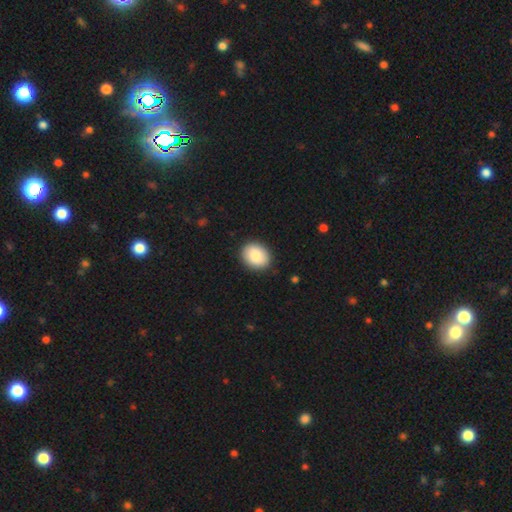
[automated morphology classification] Smooth or featured? Predicted: smooth (p=0.85). How rounded? Predicted: in between (p=0.53). Merging? Predicted: none (p=0.89).